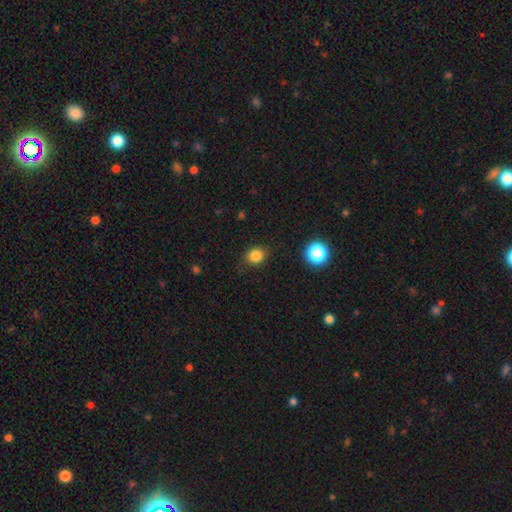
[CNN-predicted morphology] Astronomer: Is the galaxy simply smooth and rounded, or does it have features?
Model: smooth — 83%.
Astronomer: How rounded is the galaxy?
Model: round — 70%.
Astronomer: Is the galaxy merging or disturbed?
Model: none — 83%.